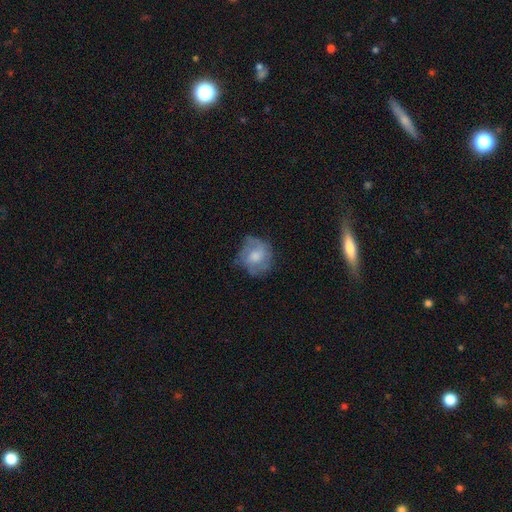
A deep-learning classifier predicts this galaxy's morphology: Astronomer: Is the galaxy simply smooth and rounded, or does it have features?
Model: smooth — 52% (runner-up: featured or disk, 40%).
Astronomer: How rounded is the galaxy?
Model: round — 73%.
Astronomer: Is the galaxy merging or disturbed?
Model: none — 54%.